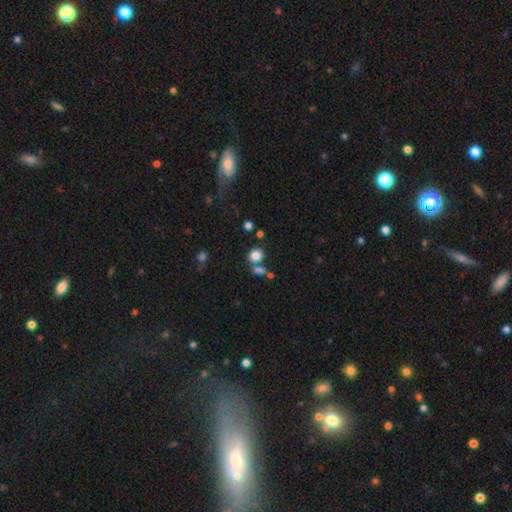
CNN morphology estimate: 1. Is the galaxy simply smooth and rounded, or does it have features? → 81% smooth, 12% star or artifact, 7% featured or disk.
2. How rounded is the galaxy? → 62% round, 37% in between, 1% cigar-shaped.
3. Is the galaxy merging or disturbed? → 61% none, 24% merger, 10% minor disturbance, 4% major disturbance.